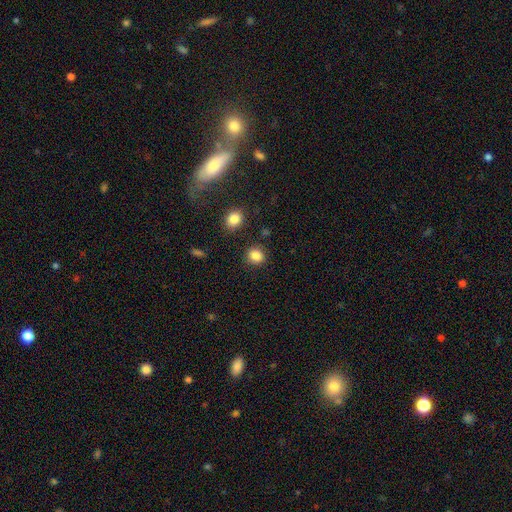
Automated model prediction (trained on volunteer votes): Smooth or featured? smooth (86%)
How rounded? round (75%)
Merging? none (87%)